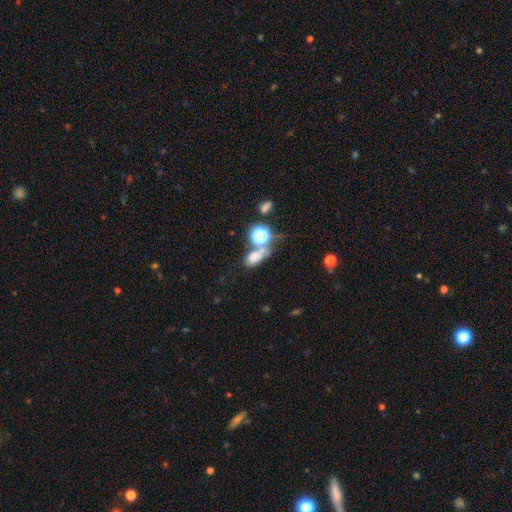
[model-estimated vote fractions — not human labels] smooth-or-featured: smooth: 62% | star or artifact: 26% | featured or disk: 12%
  how-rounded: in between: 67% | round: 28% | cigar-shaped: 5%
  merging: merger: 38% | none: 37% | minor disturbance: 13% | major disturbance: 11%